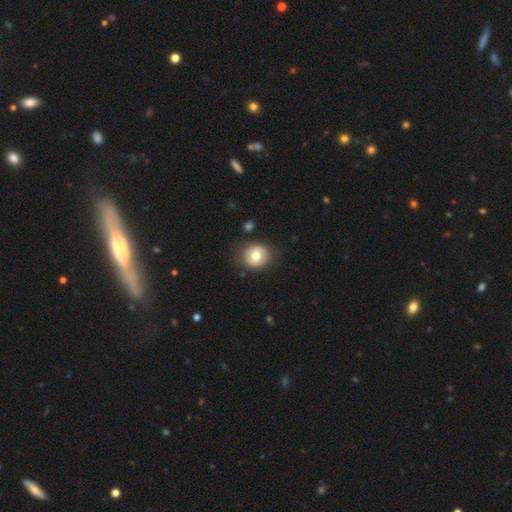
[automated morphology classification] Smooth or featured? smooth (71%)
How rounded? round (77%)
Merging? none (80%)